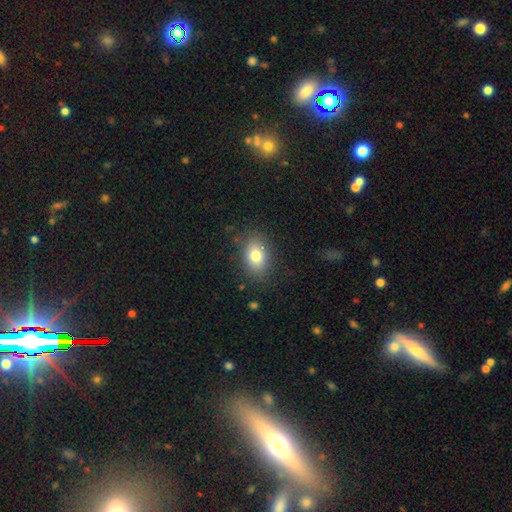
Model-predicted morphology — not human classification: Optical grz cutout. It shows a smooth galaxy with no disk features (79%) that is in between round and cigar-shaped (79%). Merging: none (84%).